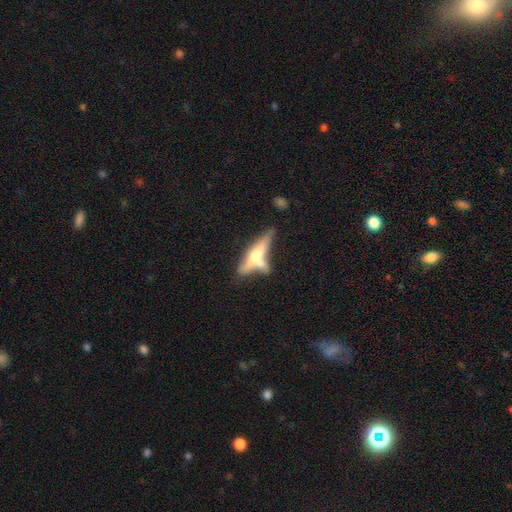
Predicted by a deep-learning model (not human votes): A featured or disk galaxy (51%) viewed edge-on (87%). Merging: none (42%).